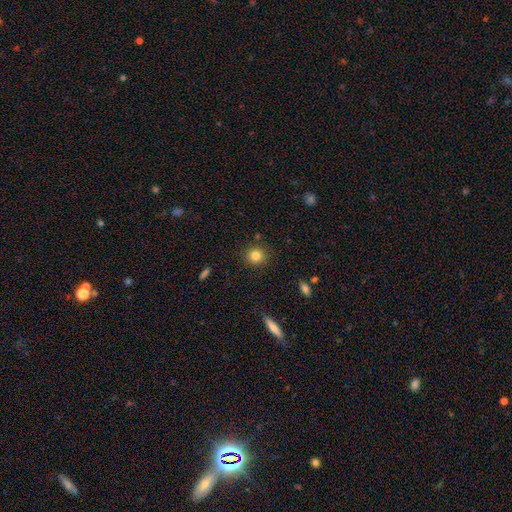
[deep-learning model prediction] Q: Smooth or featured?
A: smooth (83%); runner-up: star or artifact (11%)
Q: How rounded?
A: round (88%); runner-up: in between (10%)
Q: Merging?
A: none (88%); runner-up: minor disturbance (7%)